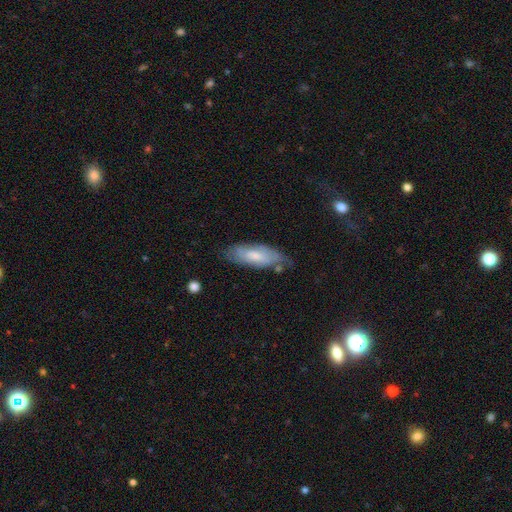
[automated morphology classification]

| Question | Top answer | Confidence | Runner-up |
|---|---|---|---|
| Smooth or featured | smooth | 60% | featured or disk (34%) |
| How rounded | in between | 67% | cigar-shaped (31%) |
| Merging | none | 64% | minor disturbance (26%) |